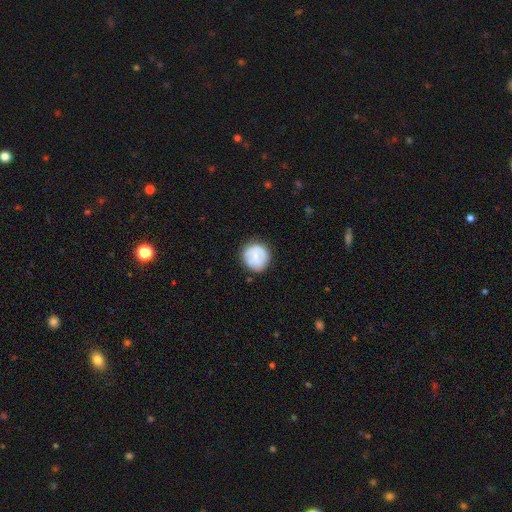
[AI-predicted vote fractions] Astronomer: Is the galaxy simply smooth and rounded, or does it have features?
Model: smooth — 68%.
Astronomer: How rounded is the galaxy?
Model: round — 90%.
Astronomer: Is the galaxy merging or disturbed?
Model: none — 80%.